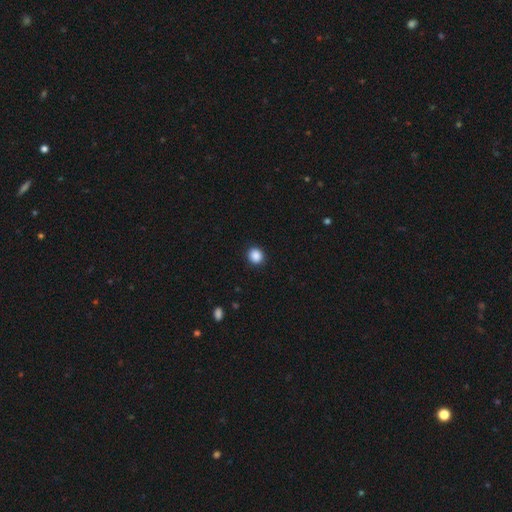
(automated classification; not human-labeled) Overall: smooth (88%). How rounded: round (84%). Merging: none (91%).